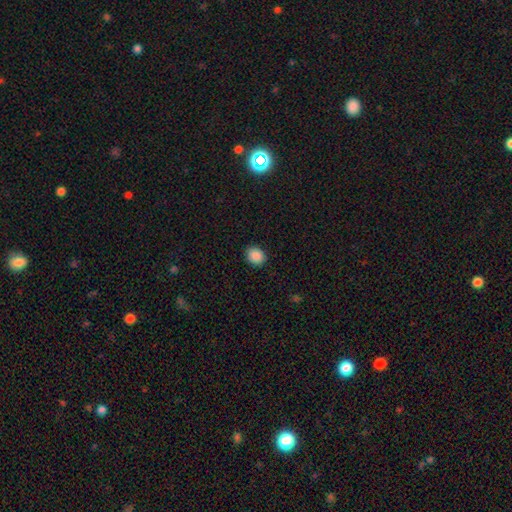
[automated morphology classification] A smooth galaxy with no disk features (89%) that is round (63%). Merging: none (90%).